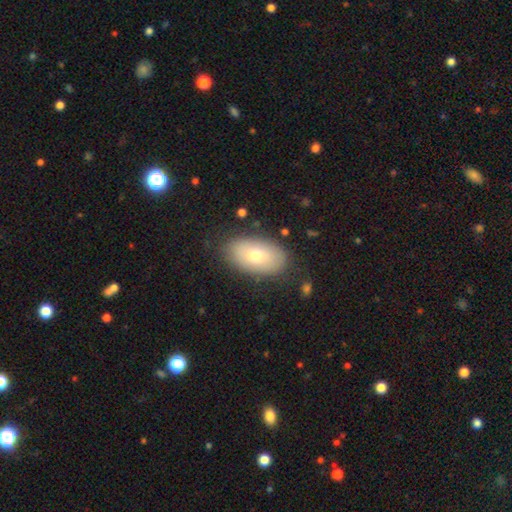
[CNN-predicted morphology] type=smooth (70%); roundness=in between (93%); merging=none (83%).